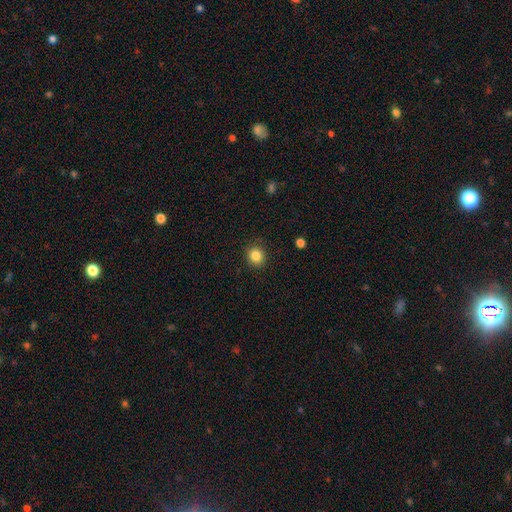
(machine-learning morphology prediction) smooth_or_featured: smooth (p=0.84) [alt: star or artifact p=0.11]
how_rounded: round (p=0.83) [alt: in between p=0.16]
merging: none (p=0.89) [alt: minor disturbance p=0.07]